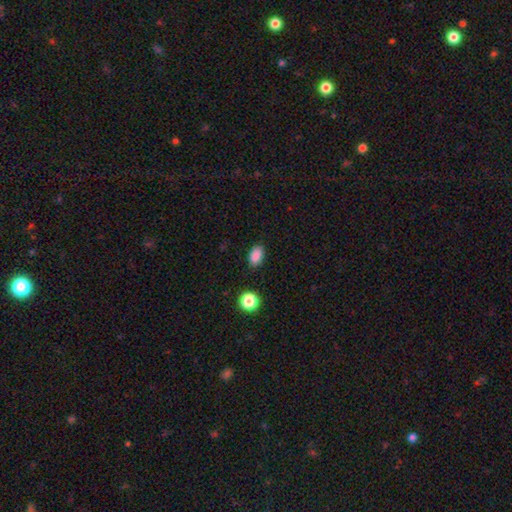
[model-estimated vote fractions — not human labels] smooth-or-featured: smooth: 87% | star or artifact: 10% | featured or disk: 3%
  how-rounded: in between: 87% | round: 12% | cigar-shaped: 2%
  merging: none: 86% | minor disturbance: 10% | major disturbance: 3% | merger: 2%